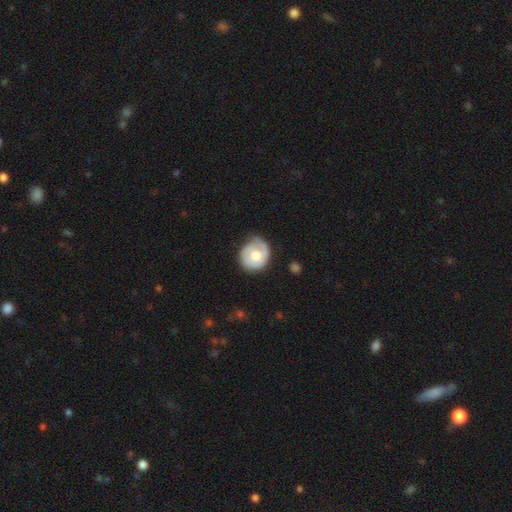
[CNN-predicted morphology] Overall: smooth (49%; featured or disk 45%). Merging: none (59%; minor disturbance 30%).